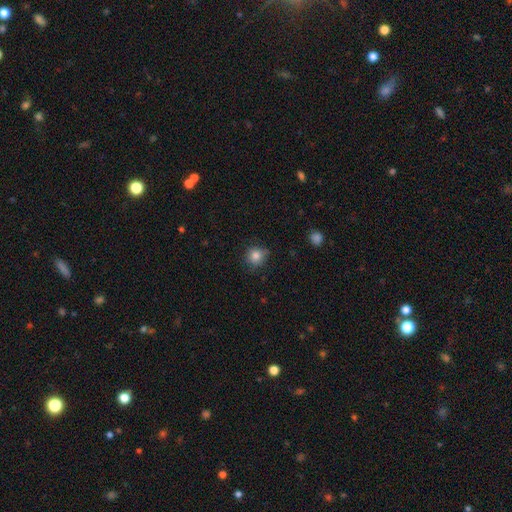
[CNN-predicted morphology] Smooth or featured? Predicted: smooth (p=0.83). How rounded? Predicted: round (p=0.88). Merging? Predicted: none (p=0.77).